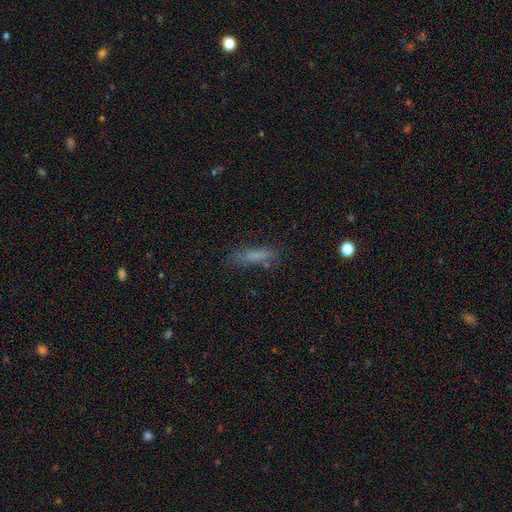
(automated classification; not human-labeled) Smooth or featured? smooth (73%)
How rounded? cigar-shaped (70%)
Merging? none (70%)